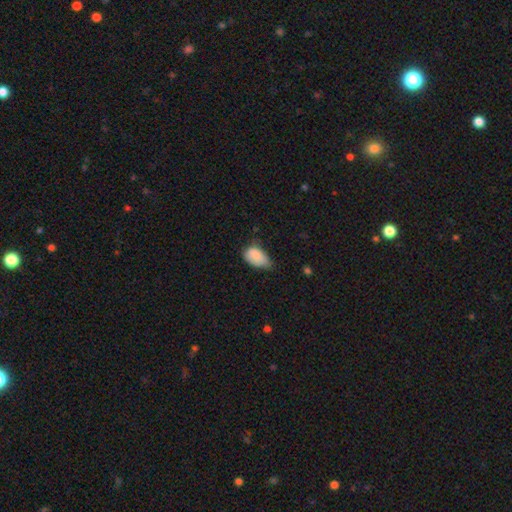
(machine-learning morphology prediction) smooth-or-featured: smooth: 85% | featured or disk: 8% | star or artifact: 8%
  how-rounded: in between: 91% | round: 7% | cigar-shaped: 2%
  merging: minor disturbance: 51% | none: 34% | major disturbance: 12% | merger: 2%